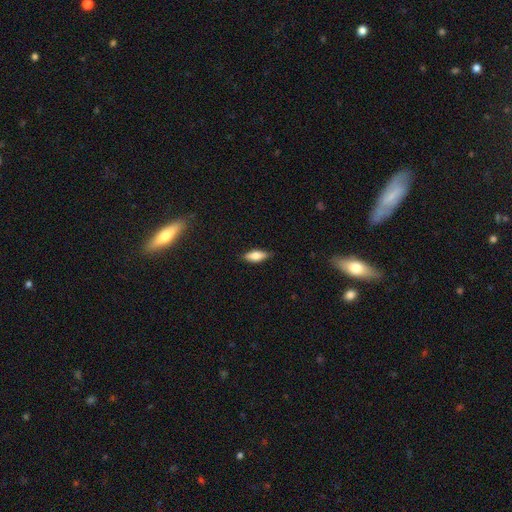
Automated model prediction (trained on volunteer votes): Morphology: type=smooth (75%); roundness=in between (73%); merging=none (81%).